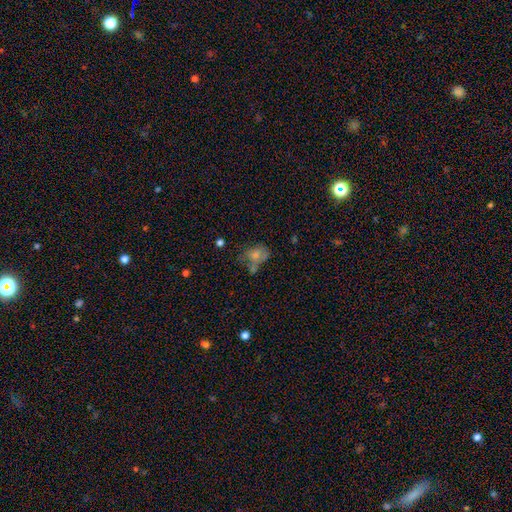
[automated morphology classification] Overall: smooth (65%). How rounded: in between (69%; round 30%). Merging: none (31%; merger 25%).